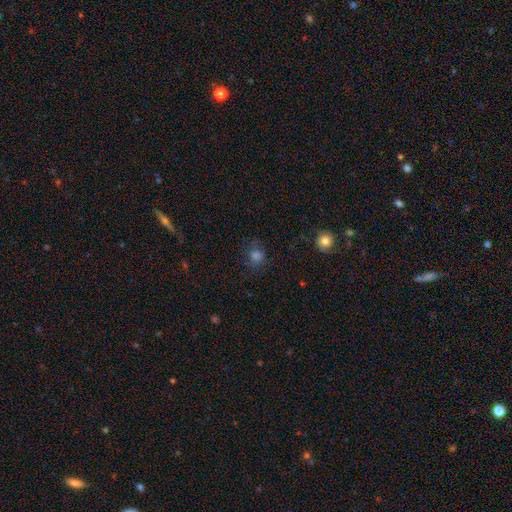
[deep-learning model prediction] Smooth or featured? Predicted: smooth (p=0.62). How rounded? Predicted: round (p=0.81). Merging? Predicted: none (p=0.74).